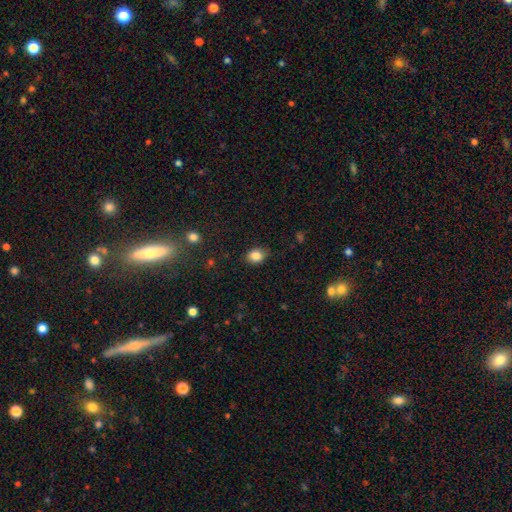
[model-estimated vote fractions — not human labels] Overall: smooth (85%). How rounded: in between (52%; round 47%). Merging: none (81%).